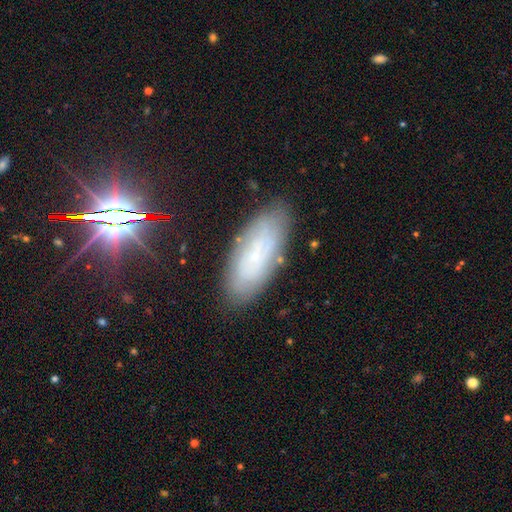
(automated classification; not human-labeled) Smooth or featured: featured or disk — 55% (smooth — 32%)
Edge-on disk: no — 84% (yes — 16%)
Merging: none — 82% (minor disturbance — 13%)